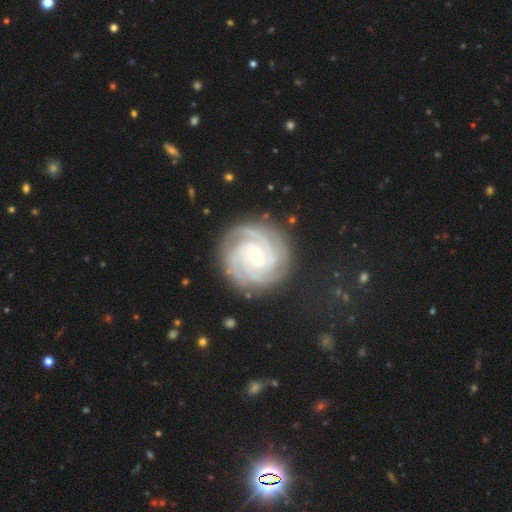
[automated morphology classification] smooth-or-featured: featured or disk: 91% | star or artifact: 5% | smooth: 4%
  disk-edge-on: no: 98% | yes: 2%
    bar: no: 67% | weak: 24% | strong: 10%
    has-spiral-arms: yes: 99% | no: 1%
      spiral-winding: tight: 81% | medium: 17% | loose: 2%
      spiral-arm-count: 3: 33% | 4: 28% | can't tell: 12% | 2: 11% | more than 4: 9% | 1: 7%
    bulge-size: small: 58% | moderate: 39% | large: 1% | none: 1% | dominant: 1%
  merging: none: 84% | minor disturbance: 11% | major disturbance: 3% | merger: 1%